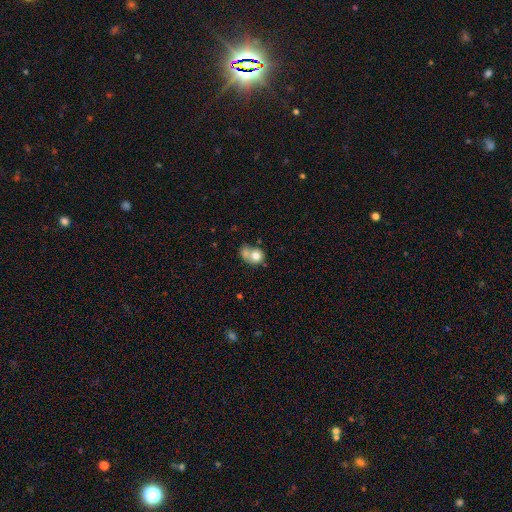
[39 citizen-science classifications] smooth_or_featured: smooth (p=0.82) [alt: featured or disk p=0.10]
how_rounded: round (p=0.78) [alt: in between p=0.22]
merging: merger (p=0.67) [alt: none p=0.28]